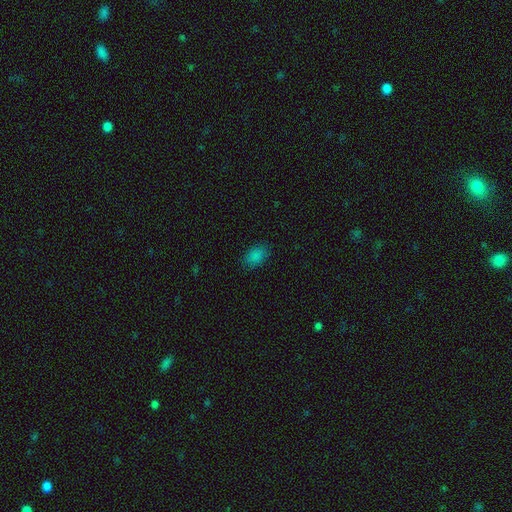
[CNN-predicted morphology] Q: Smooth or featured?
A: smooth (85%); runner-up: star or artifact (11%)
Q: How rounded?
A: in between (89%); runner-up: round (10%)
Q: Merging?
A: none (84%); runner-up: minor disturbance (13%)